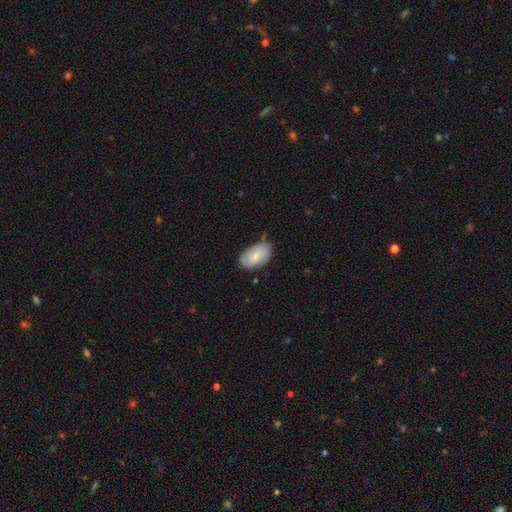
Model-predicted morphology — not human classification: type=smooth (73%); roundness=in between (93%); merging=none (68%).